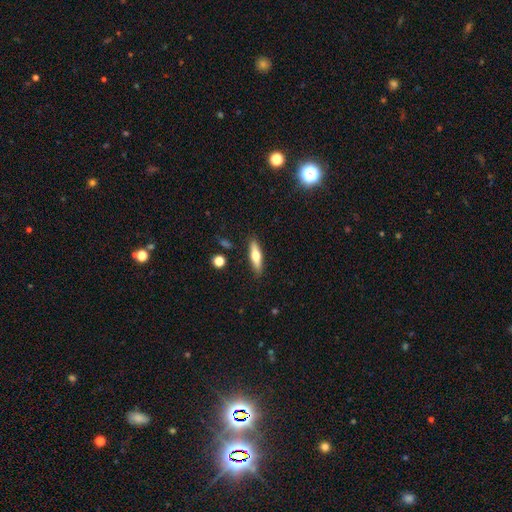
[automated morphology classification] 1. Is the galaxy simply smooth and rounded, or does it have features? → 55% smooth, 38% featured or disk, 6% star or artifact.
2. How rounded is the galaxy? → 62% cigar-shaped, 36% in between, 3% round.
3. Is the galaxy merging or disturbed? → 88% none, 9% minor disturbance, 2% major disturbance, 2% merger.